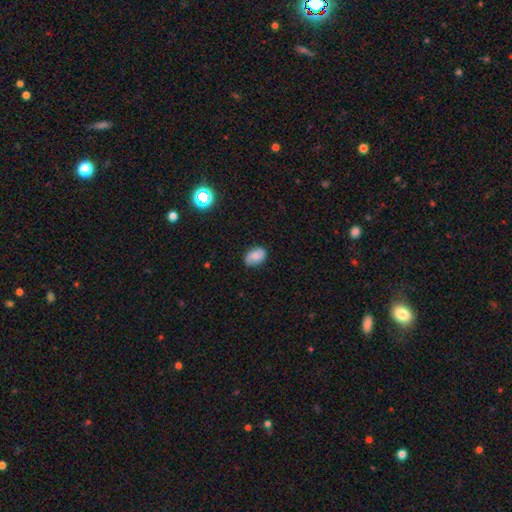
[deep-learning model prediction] This is likely a smooth galaxy (64%). How rounded: clearly in between (82%). Merging: likely none (78%).